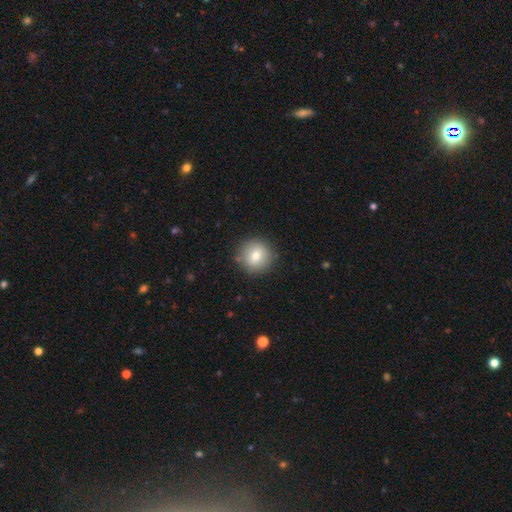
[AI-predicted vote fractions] A smooth galaxy with no disk features (77%) that is round (93%). Merging: none (87%).